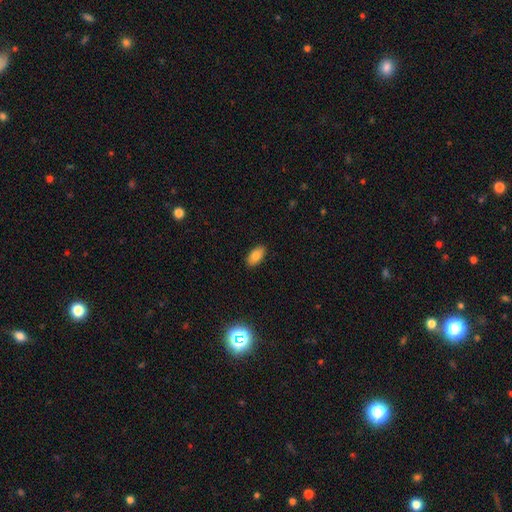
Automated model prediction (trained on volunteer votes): Smooth or featured?
  - smooth: 83% *
  - featured or disk: 9%
  - star or artifact: 8%
How rounded?
  - in between: 92% *
  - cigar-shaped: 4%
  - round: 3%
Merging?
  - none: 88% *
  - minor disturbance: 9%
  - major disturbance: 2%
  - merger: 1%